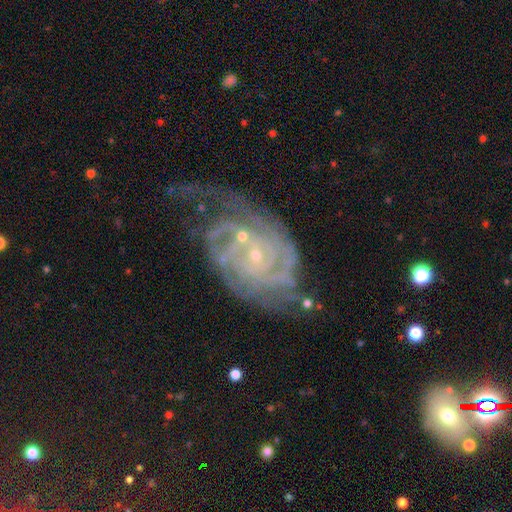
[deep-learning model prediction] Smooth or featured?
  - featured or disk: 89% *
  - star or artifact: 7%
  - smooth: 5%
Edge-on disk?
  - no: 97% *
  - yes: 3%
Bar?
  - no: 66% *
  - weak: 26%
  - strong: 8%
Spiral arms?
  - yes: 97% *
  - no: 3%
Spiral winding?
  - tight: 66% *
  - medium: 28%
  - loose: 6%
Spiral arm count?
  - 2: 28% *
  - can't tell: 23%
  - 3: 20%
  - 4: 14%
  - more than 4: 8%
  - 1: 7%
Bulge size?
  - small: 85% *
  - moderate: 10%
  - none: 3%
  - large: 1%
  - dominant: 1%
Merging?
  - none: 46% *
  - minor disturbance: 24%
  - major disturbance: 21%
  - merger: 9%